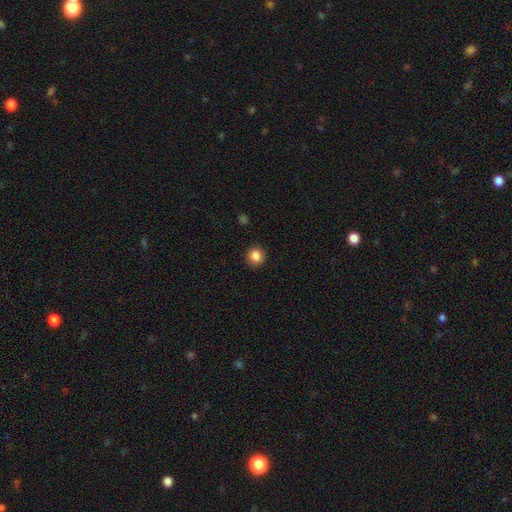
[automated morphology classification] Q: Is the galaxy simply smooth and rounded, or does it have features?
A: smooth — 86%.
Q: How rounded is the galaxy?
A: round — 86%.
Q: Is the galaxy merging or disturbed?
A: none — 91%.